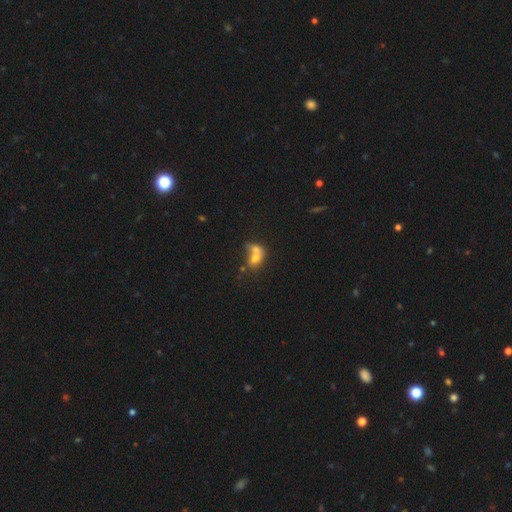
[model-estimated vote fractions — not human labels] A smooth galaxy with no disk features (65%) that is in between round and cigar-shaped (67%).

Vote fractions:
- Smooth or featured? smooth: 65% / featured or disk: 24% / star or artifact: 11%
- How rounded? in between: 67% / round: 31% / cigar-shaped: 2%
- Merging? merger: 69% / none: 17% / minor disturbance: 7% / major disturbance: 6%